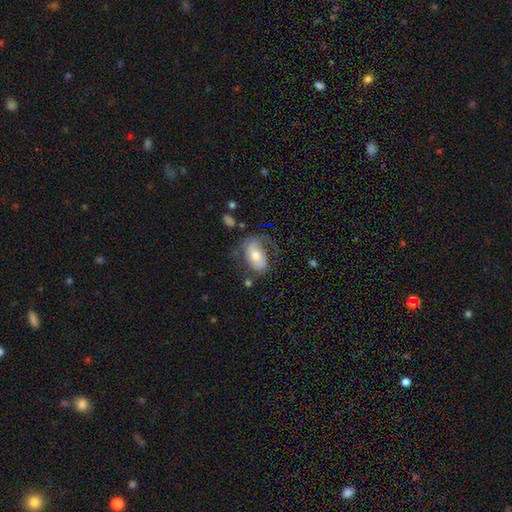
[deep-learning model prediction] Smooth or featured?
  - featured or disk: 60% *
  - smooth: 34%
  - star or artifact: 7%
Edge-on disk?
  - no: 94% *
  - yes: 6%
Bar?
  - no: 44% *
  - weak: 32%
  - strong: 25%
Spiral arms?
  - yes: 72% *
  - no: 28%
Bulge size?
  - moderate: 66% *
  - small: 25%
  - large: 7%
  - dominant: 1%
  - none: 1%
Merging?
  - none: 53% *
  - minor disturbance: 22%
  - major disturbance: 22%
  - merger: 3%